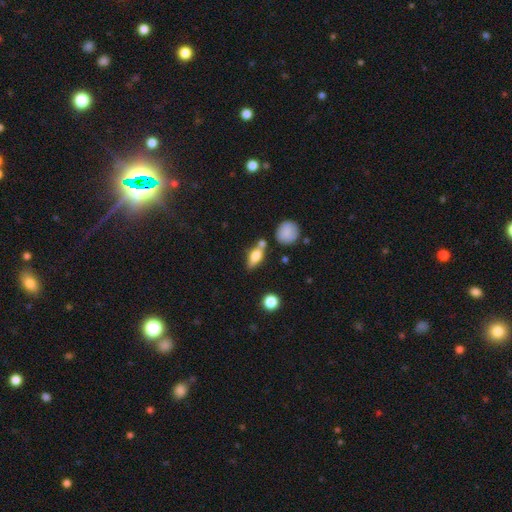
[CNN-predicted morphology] Smooth or featured? Predicted: smooth (p=0.61). How rounded? Predicted: in between (p=0.64). Merging? Predicted: none (p=0.64).